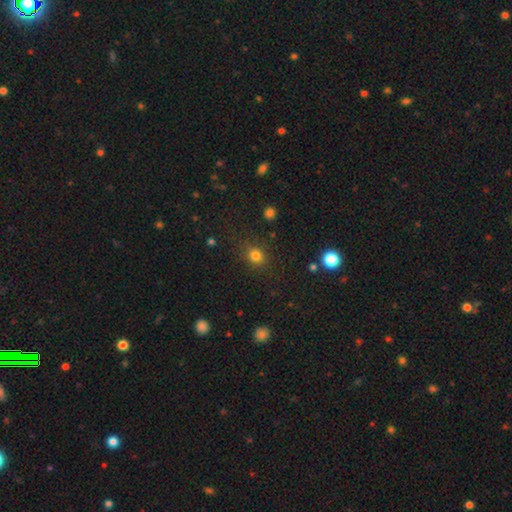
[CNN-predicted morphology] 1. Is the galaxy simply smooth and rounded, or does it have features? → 78% smooth, 16% star or artifact, 6% featured or disk.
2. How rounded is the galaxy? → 74% round, 25% in between, 1% cigar-shaped.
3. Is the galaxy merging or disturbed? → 84% none, 10% minor disturbance, 4% major disturbance, 2% merger.